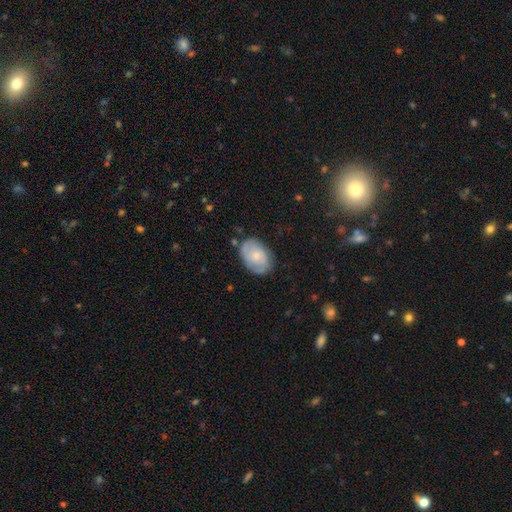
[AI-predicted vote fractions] featured or disk 50%, smooth 43%, star or artifact 6%. Down the decision tree: edge-on disk — no (96%); merging — none (74%).